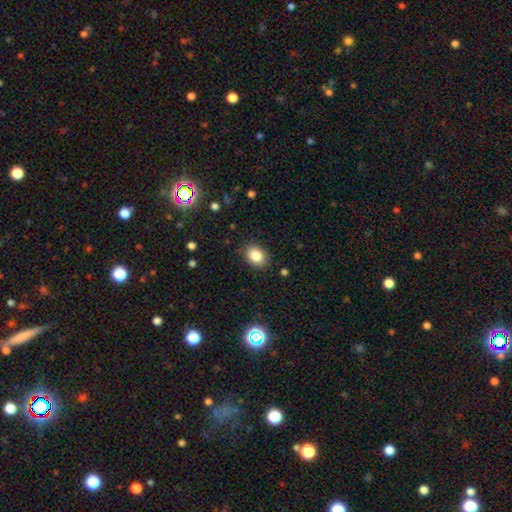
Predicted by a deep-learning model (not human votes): Smooth or featured? Predicted: smooth (p=0.84). How rounded? Predicted: in between (p=0.57). Merging? Predicted: none (p=0.87).